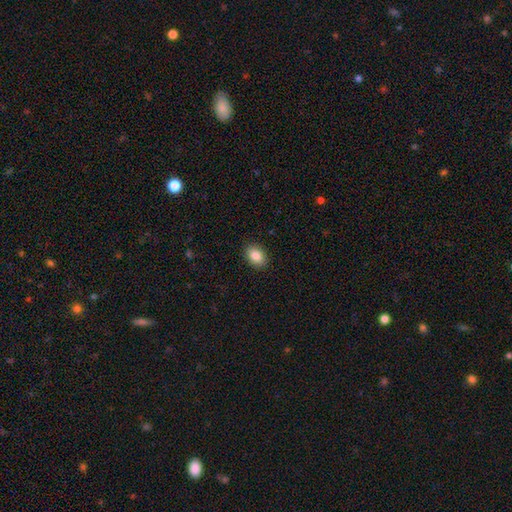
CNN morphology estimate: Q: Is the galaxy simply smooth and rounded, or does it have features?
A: smooth — 87%.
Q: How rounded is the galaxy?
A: in between — 75%.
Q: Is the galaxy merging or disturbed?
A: none — 90%.